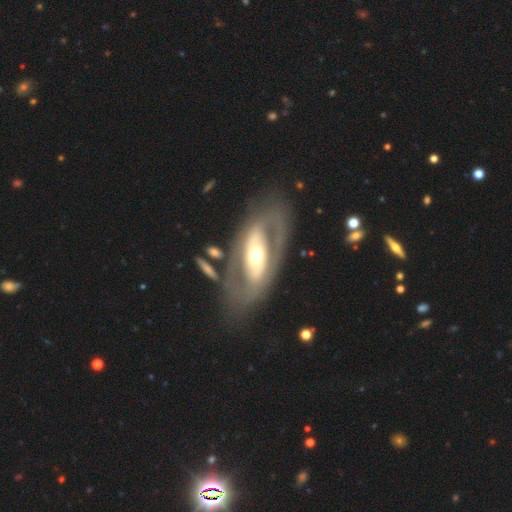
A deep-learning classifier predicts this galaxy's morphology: The model was most divided on "spiral arms": no: 55%, yes: 45%. Remaining: edge-on disk — no (89%); smooth or featured — featured or disk (75%); merging — none (70%); bulge size — moderate (65%); bar — no (45%).